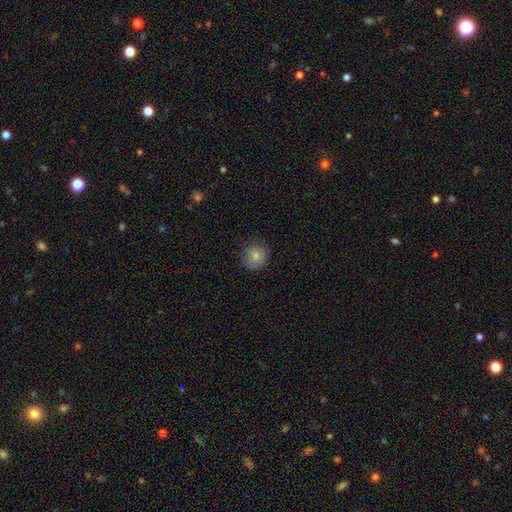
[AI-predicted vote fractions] This is likely a smooth galaxy (76%). How rounded: clearly round (85%). Merging: likely none (74%).